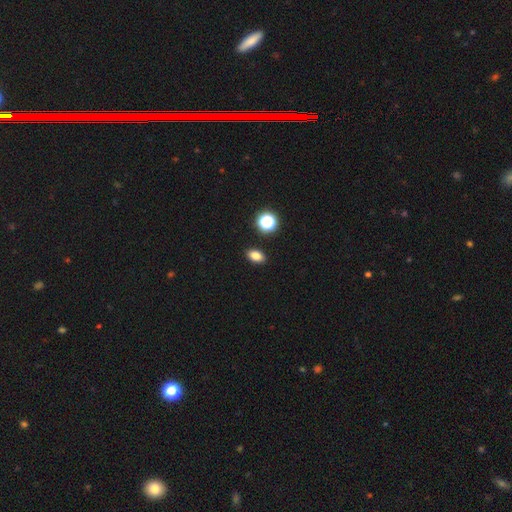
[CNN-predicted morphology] Smooth or featured: smooth — 81% (star or artifact — 13%)
How rounded: in between — 82% (round — 15%)
Merging: none — 89% (minor disturbance — 7%)